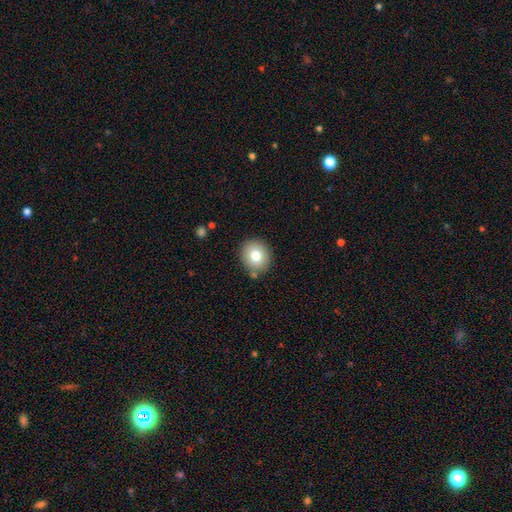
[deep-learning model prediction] Q: Smooth or featured?
A: smooth (78%); runner-up: featured or disk (12%)
Q: How rounded?
A: round (78%); runner-up: in between (21%)
Q: Merging?
A: none (84%); runner-up: minor disturbance (10%)